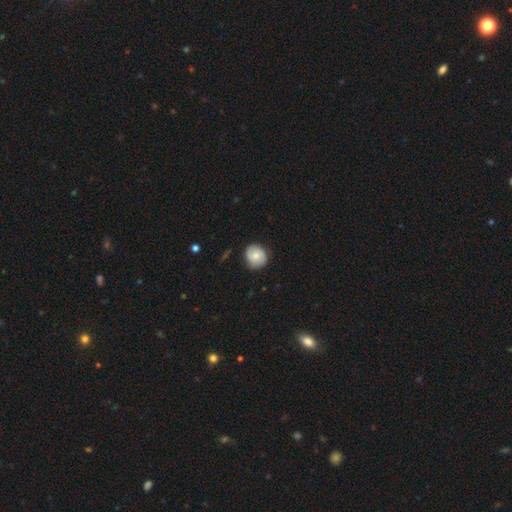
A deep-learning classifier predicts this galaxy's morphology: Smooth or featured? Predicted: smooth (p=0.67). How rounded? Predicted: round (p=0.81). Merging? Predicted: none (p=0.81).